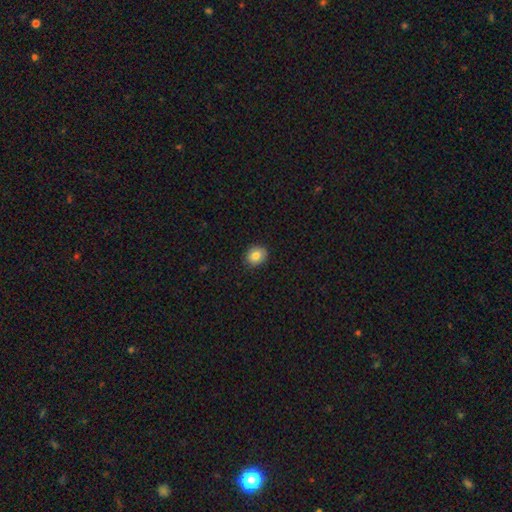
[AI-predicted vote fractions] Smooth or featured?
  - smooth: 83% *
  - star or artifact: 9%
  - featured or disk: 7%
How rounded?
  - round: 65% *
  - in between: 34%
  - cigar-shaped: 1%
Merging?
  - none: 88% *
  - minor disturbance: 9%
  - major disturbance: 2%
  - merger: 1%